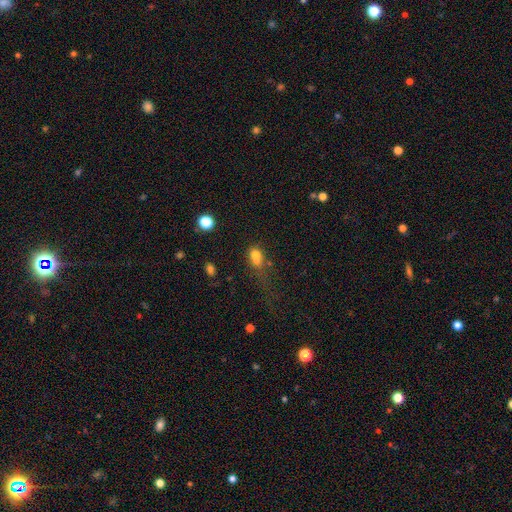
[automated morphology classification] type=smooth (70%); roundness=in between (52%); merging=merger (39%).